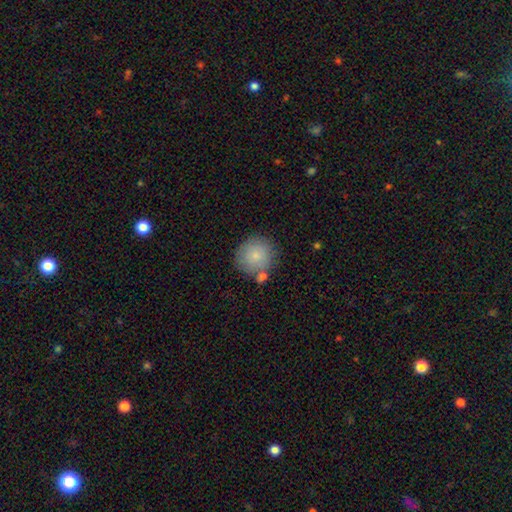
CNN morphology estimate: smooth 83%, featured or disk 10%, star or artifact 7%. Down the decision tree: how rounded — round (92%); merging — none (70%).